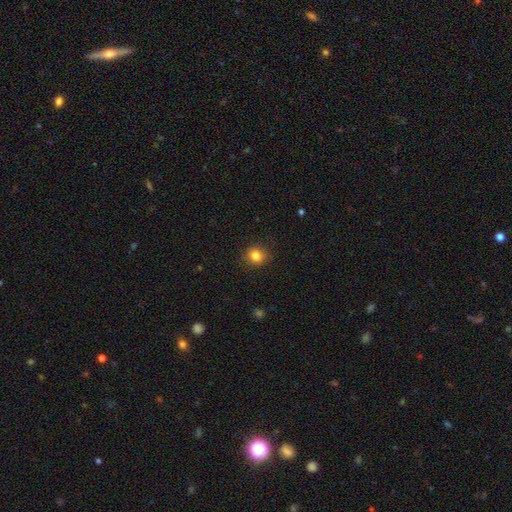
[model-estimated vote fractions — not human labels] The model was most divided on "how rounded": round: 83%, in between: 16%, cigar-shaped: 1%. More confident: merging — none (88%); smooth or featured — smooth (83%).